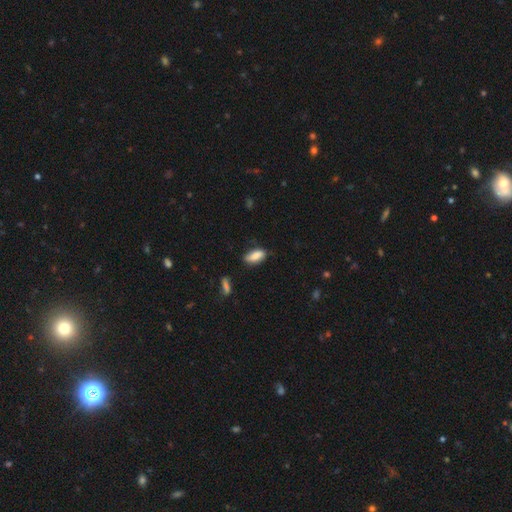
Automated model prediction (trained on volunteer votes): Smooth or featured?
  - smooth: 83% *
  - featured or disk: 10%
  - star or artifact: 7%
How rounded?
  - in between: 80% *
  - cigar-shaped: 17%
  - round: 3%
Merging?
  - none: 68% *
  - minor disturbance: 24%
  - major disturbance: 5%
  - merger: 3%